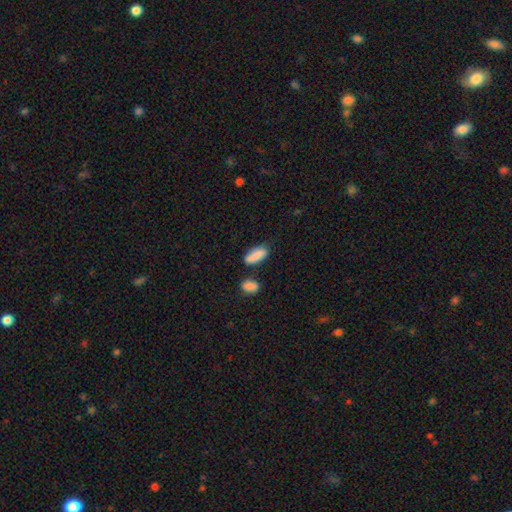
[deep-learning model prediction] This is clearly a smooth galaxy (87%). How rounded: likely in between (76%). Merging: likely none (69%).